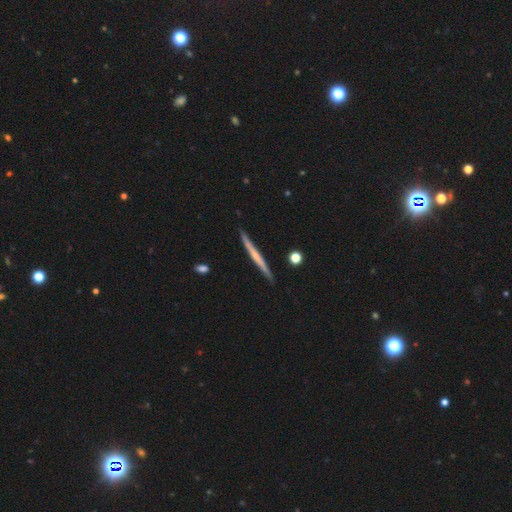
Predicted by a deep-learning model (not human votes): Smooth or featured? featured or disk (56%)
Edge-on disk? yes (97%)
Edge-on bulge? none (72%)
Merging? none (89%)